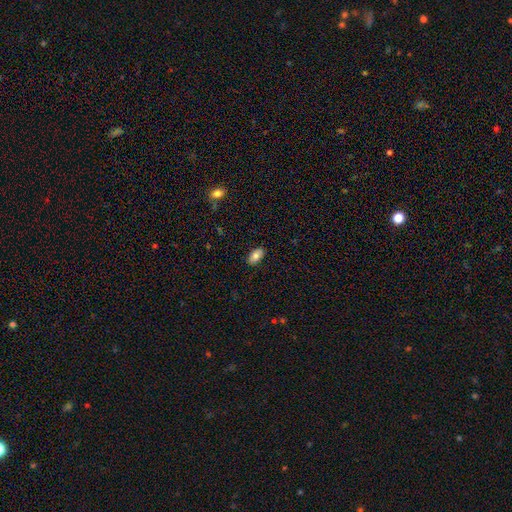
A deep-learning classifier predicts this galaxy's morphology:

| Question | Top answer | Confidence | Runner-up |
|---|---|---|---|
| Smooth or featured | smooth | 80% | featured or disk (13%) |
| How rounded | in between | 93% | round (5%) |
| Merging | none | 87% | minor disturbance (10%) |